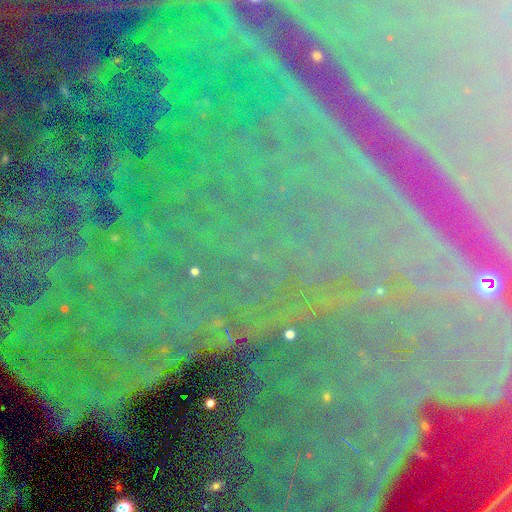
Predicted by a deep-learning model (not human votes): Smooth or featured? star or artifact (86%)